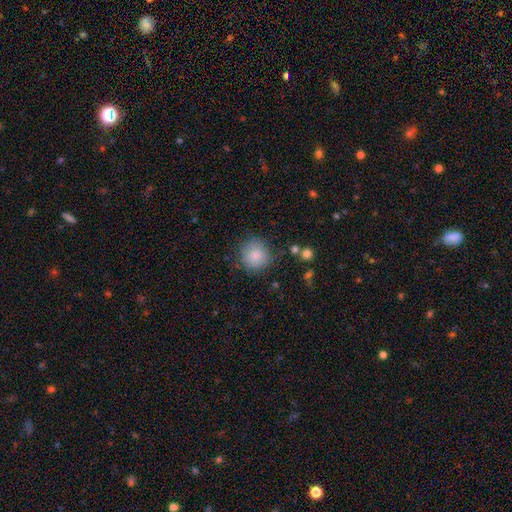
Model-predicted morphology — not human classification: smooth_or_featured: smooth (p=0.85) [alt: star or artifact p=0.09]
how_rounded: round (p=0.93) [alt: in between p=0.06]
merging: none (p=0.83) [alt: minor disturbance p=0.11]